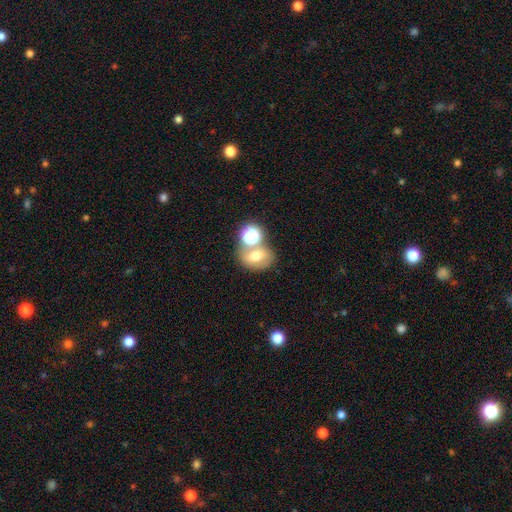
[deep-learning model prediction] Morphology: type=smooth (63%); roundness=in between (56%); merging=none (50%).